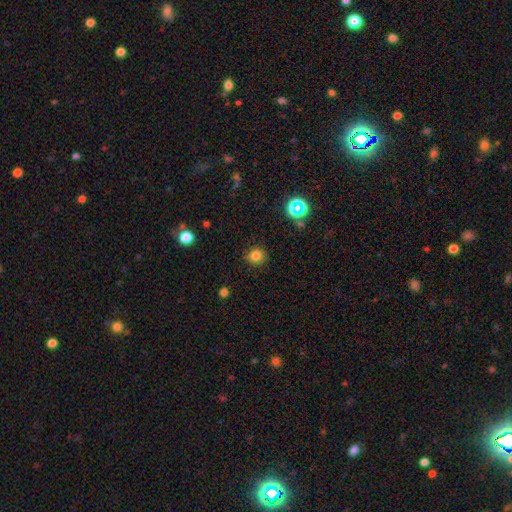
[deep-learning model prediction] A smooth galaxy with no disk features (80%) that is round (87%). Merging: none (89%).